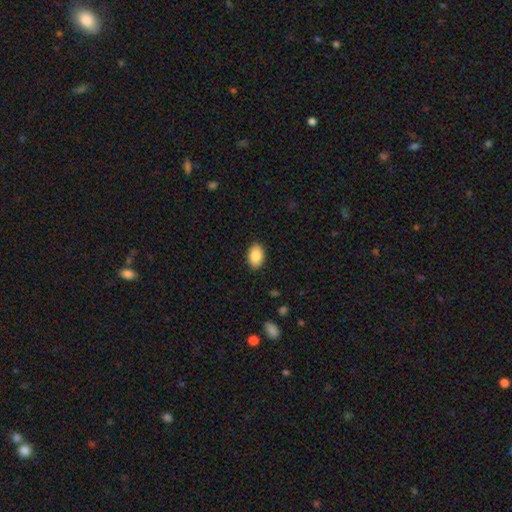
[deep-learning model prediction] smooth-or-featured: smooth: 88% | star or artifact: 7% | featured or disk: 5%
  how-rounded: in between: 89% | round: 10% | cigar-shaped: 1%
  merging: none: 89% | minor disturbance: 8% | major disturbance: 2% | merger: 1%